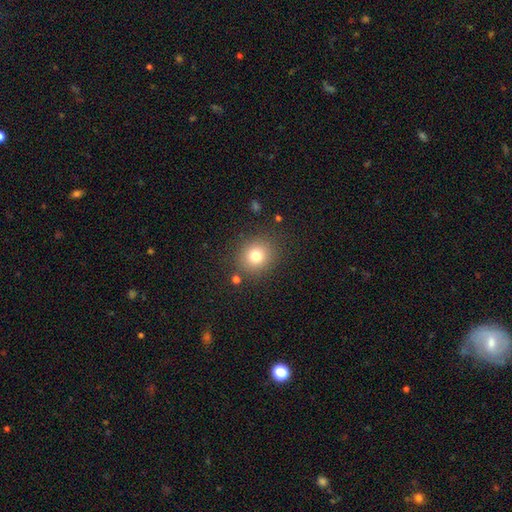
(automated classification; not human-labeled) A smooth galaxy with no disk features (77%) that is round (83%).

Vote fractions:
- Smooth or featured? smooth: 77% / star or artifact: 13% / featured or disk: 9%
- How rounded? round: 83% / in between: 16% / cigar-shaped: 1%
- Merging? none: 85% / minor disturbance: 8% / major disturbance: 3% / merger: 3%